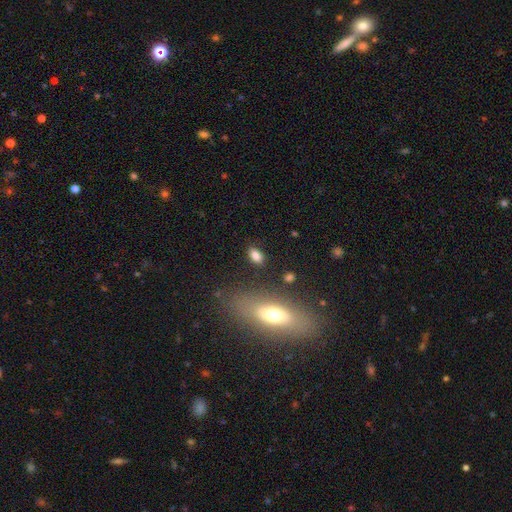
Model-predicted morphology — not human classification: Smooth or featured? Predicted: smooth (p=0.82). How rounded? Predicted: in between (p=0.87). Merging? Predicted: none (p=0.82).